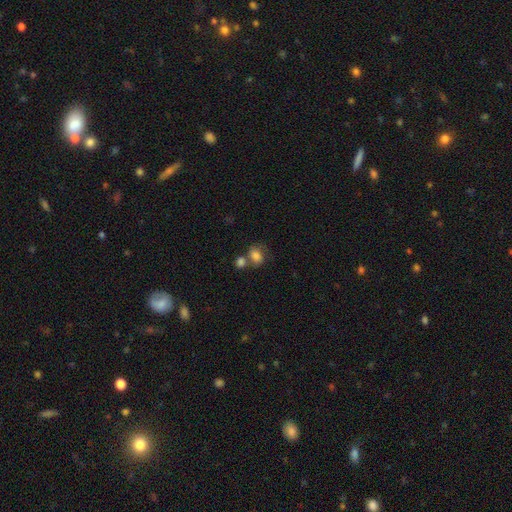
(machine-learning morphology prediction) smooth 79%, featured or disk 11%, star or artifact 10%. Down the decision tree: how rounded — in between (63%); merging — merger (41%).